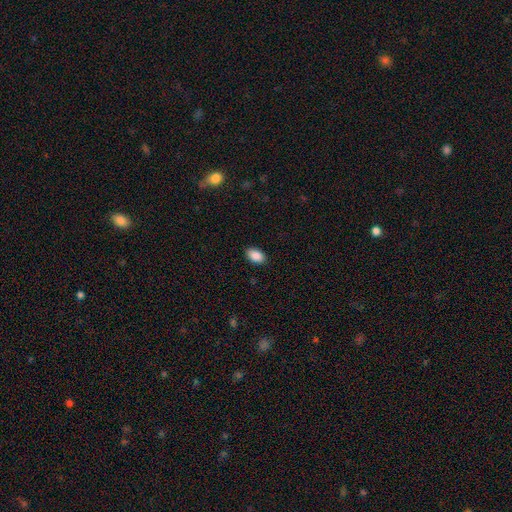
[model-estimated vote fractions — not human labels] Smooth or featured? Predicted: smooth (p=0.90). How rounded? Predicted: in between (p=0.91). Merging? Predicted: none (p=0.87).